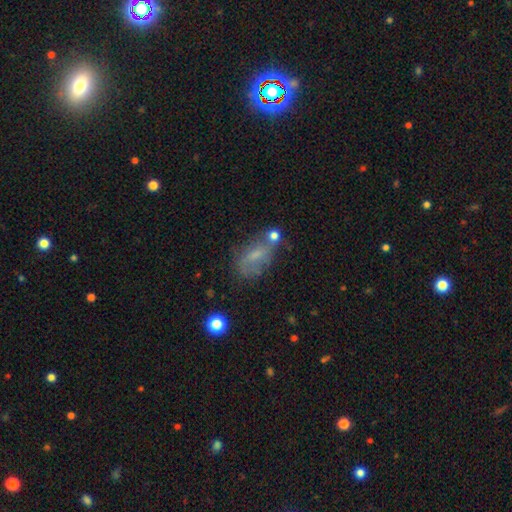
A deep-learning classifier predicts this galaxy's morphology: smooth_or_featured: smooth (p=0.54) [alt: featured or disk p=0.31]
how_rounded: in between (p=0.83) [alt: round p=0.10]
merging: none (p=0.46) [alt: minor disturbance p=0.25]